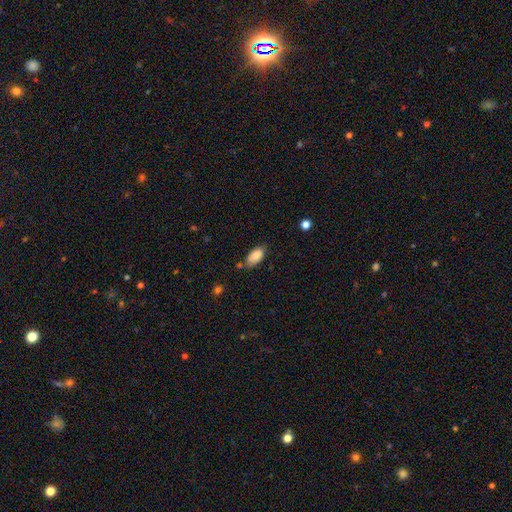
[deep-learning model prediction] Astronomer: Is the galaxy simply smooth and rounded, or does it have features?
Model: smooth — 85%.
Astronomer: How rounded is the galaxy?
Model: in between — 92%.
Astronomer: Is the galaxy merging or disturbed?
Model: none — 66%.